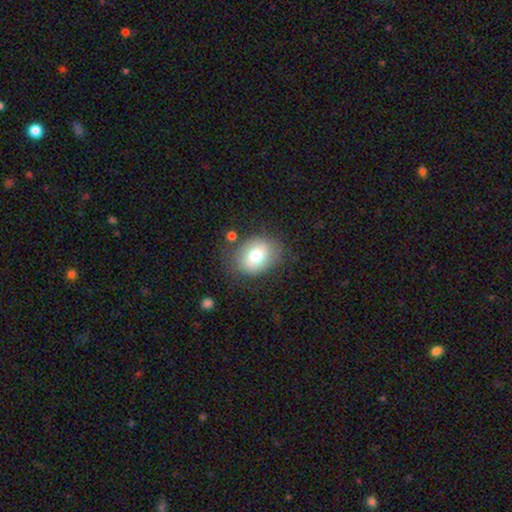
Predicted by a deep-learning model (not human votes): A smooth galaxy with no disk features (72%) that is in between round and cigar-shaped (52%).

Vote fractions:
- Smooth or featured? smooth: 72% / featured or disk: 18% / star or artifact: 9%
- How rounded? in between: 52% / round: 47% / cigar-shaped: 1%
- Merging? none: 74% / minor disturbance: 16% / major disturbance: 6% / merger: 3%